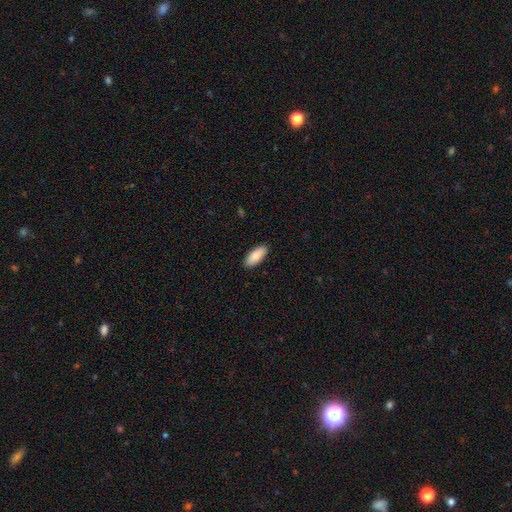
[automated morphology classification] smooth-or-featured: smooth: 85% | featured or disk: 9% | star or artifact: 6%
  how-rounded: in between: 80% | cigar-shaped: 18% | round: 2%
  merging: none: 90% | minor disturbance: 7% | major disturbance: 2% | merger: 1%